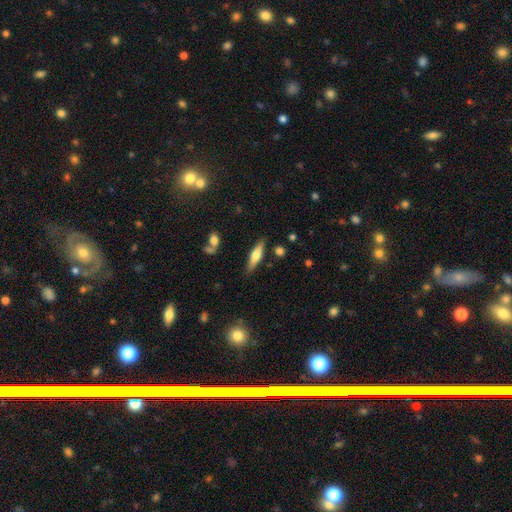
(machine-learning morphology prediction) This is possibly a smooth galaxy (54%). How rounded: likely cigar-shaped (69%). Merging: clearly none (82%).